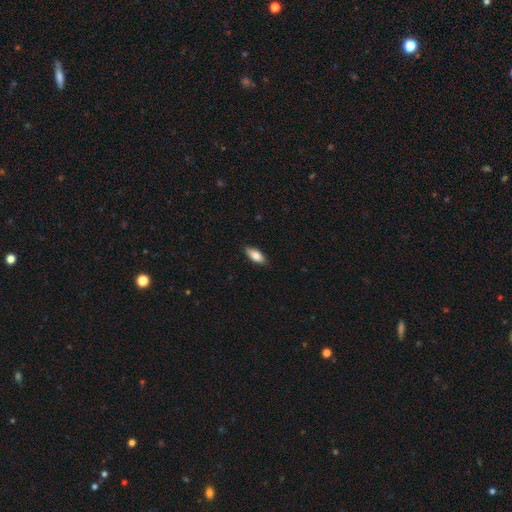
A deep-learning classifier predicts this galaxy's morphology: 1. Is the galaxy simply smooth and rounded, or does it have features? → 81% smooth, 12% featured or disk, 6% star or artifact.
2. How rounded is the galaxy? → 85% in between, 13% cigar-shaped, 3% round.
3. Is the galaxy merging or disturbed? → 85% none, 12% minor disturbance, 2% major disturbance, 1% merger.